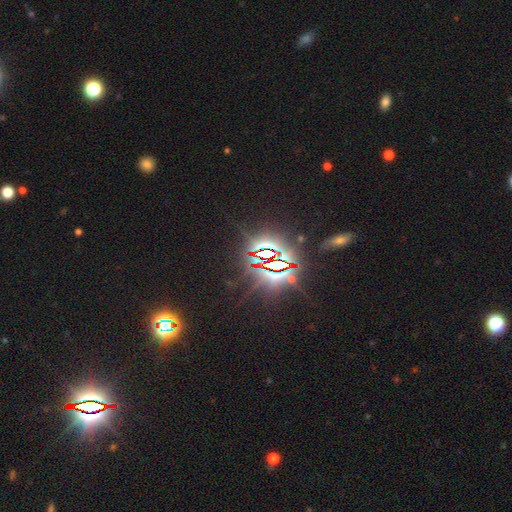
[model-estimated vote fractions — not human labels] smooth_or_featured: star or artifact (p=0.85) [alt: smooth p=0.09]